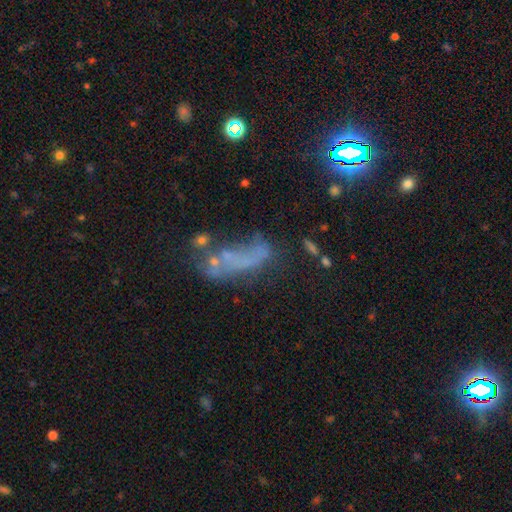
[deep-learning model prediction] smooth-or-featured: featured or disk: 42% | smooth: 39% | star or artifact: 19%
  merging: major disturbance: 33% | none: 27% | merger: 24% | minor disturbance: 16%